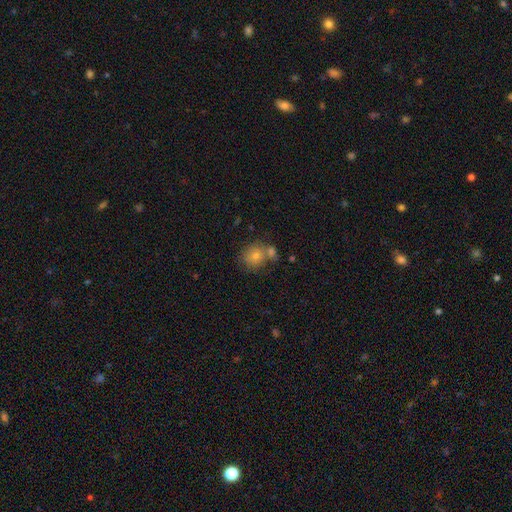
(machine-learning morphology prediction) Overall: smooth (73%). How rounded: round (79%). Merging: none (58%; merger 27%).